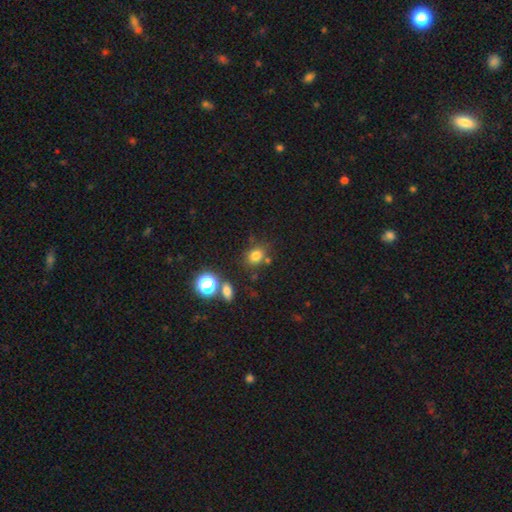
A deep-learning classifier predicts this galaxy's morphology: This appears to be a smooth galaxy with no disk features (76%) that is round (59%). Merging: none (71%).